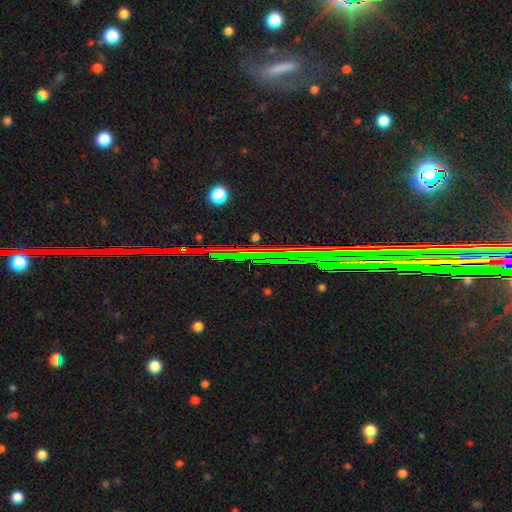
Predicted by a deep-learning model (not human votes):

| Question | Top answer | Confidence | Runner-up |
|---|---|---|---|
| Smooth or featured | star or artifact | 84% | featured or disk (9%) |